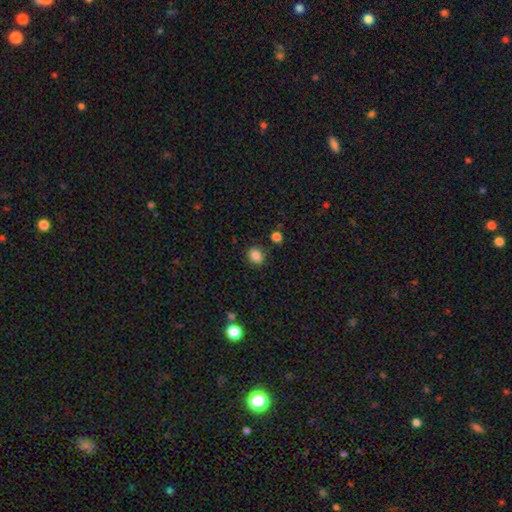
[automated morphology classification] smooth 84%, star or artifact 11%, featured or disk 5%. Down the decision tree: how rounded — round (55%); merging — none (83%).